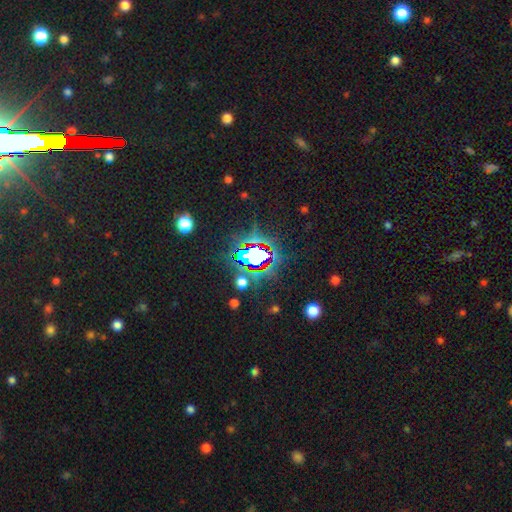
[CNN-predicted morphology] smooth_or_featured: star or artifact (p=0.72) [alt: smooth p=0.17]